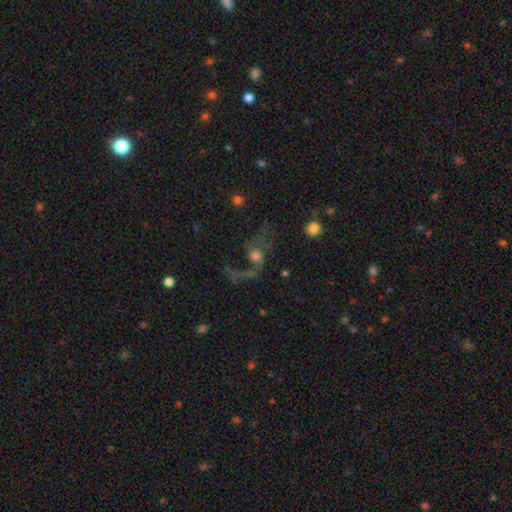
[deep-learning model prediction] smooth_or_featured: featured or disk (p=0.63) [alt: smooth p=0.23]
disk_edge_on: no (p=0.96) [alt: yes p=0.04]
bar: no (p=0.73) [alt: weak p=0.21]
has_spiral_arms: yes (p=0.77) [alt: no p=0.23]
bulge_size: moderate (p=0.49) [alt: small p=0.22]
merging: major disturbance (p=0.46) [alt: none p=0.35]